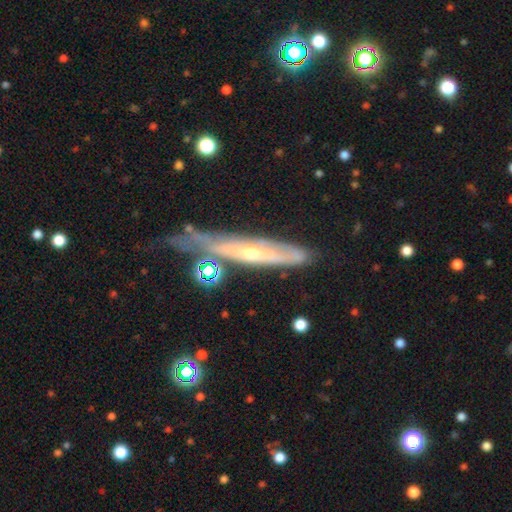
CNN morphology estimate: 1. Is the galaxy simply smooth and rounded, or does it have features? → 72% featured or disk, 20% smooth, 8% star or artifact.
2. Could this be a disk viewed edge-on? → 77% yes, 23% no.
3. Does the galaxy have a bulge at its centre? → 67% rounded, 29% none, 3% boxy.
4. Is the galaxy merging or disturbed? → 59% none, 25% minor disturbance, 9% major disturbance, 7% merger.